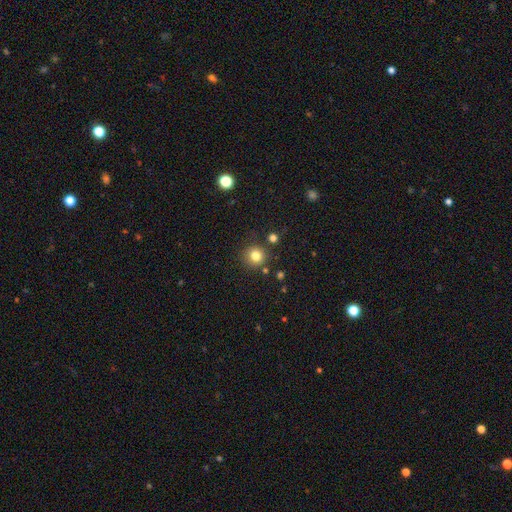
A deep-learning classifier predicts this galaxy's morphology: This is clearly a smooth galaxy (81%). How rounded: clearly round (92%). Merging: clearly none (85%).